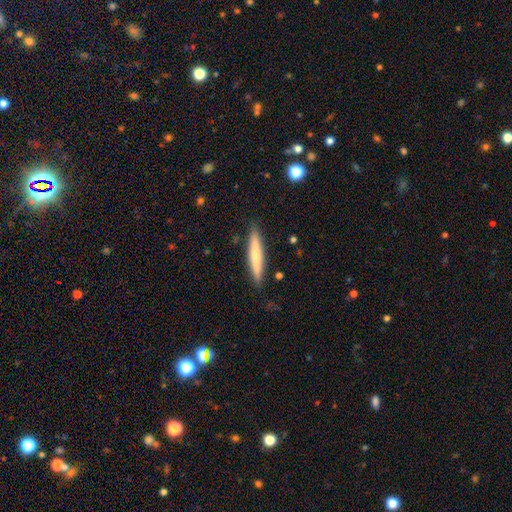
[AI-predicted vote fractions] Smooth or featured?
  - smooth: 61% *
  - featured or disk: 34%
  - star or artifact: 6%
How rounded?
  - cigar-shaped: 94% *
  - in between: 4%
  - round: 1%
Merging?
  - none: 89% *
  - minor disturbance: 8%
  - major disturbance: 2%
  - merger: 1%